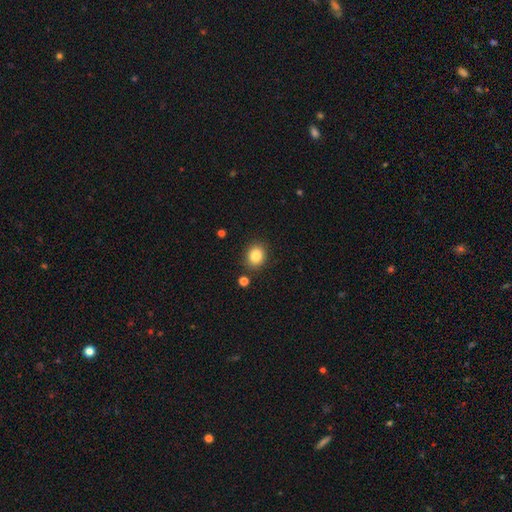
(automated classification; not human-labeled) A smooth galaxy with no disk features (85%) that is round (64%).

Vote fractions:
- Smooth or featured? smooth: 85% / star or artifact: 10% / featured or disk: 5%
- How rounded? round: 64% / in between: 35% / cigar-shaped: 1%
- Merging? none: 85% / minor disturbance: 9% / merger: 4% / major disturbance: 3%